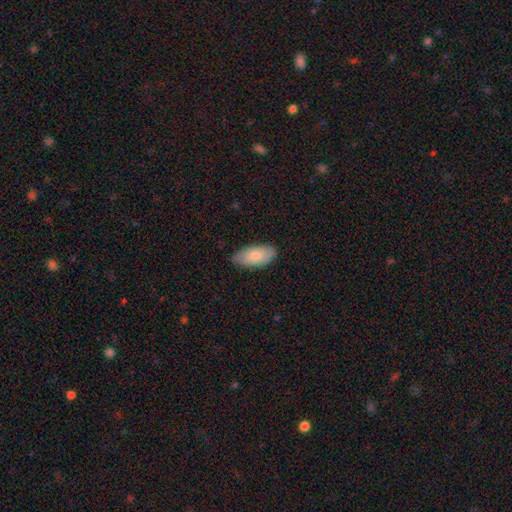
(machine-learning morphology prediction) Smooth or featured: smooth — 78% (featured or disk — 17%)
How rounded: in between — 92% (cigar-shaped — 6%)
Merging: none — 83% (minor disturbance — 14%)